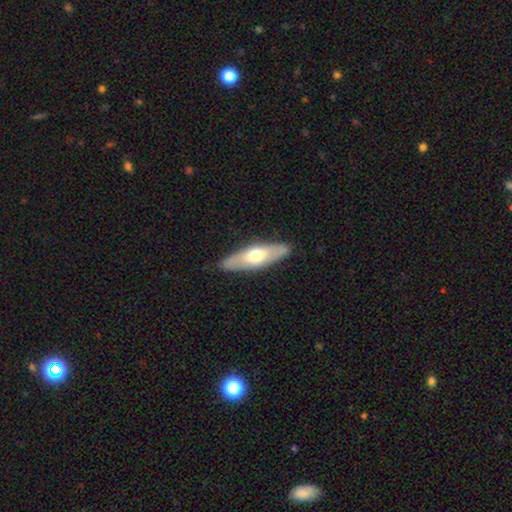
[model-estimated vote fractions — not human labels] smooth-or-featured: smooth: 49% | featured or disk: 46% | star or artifact: 5%
  merging: none: 86% | minor disturbance: 10% | major disturbance: 2% | merger: 1%